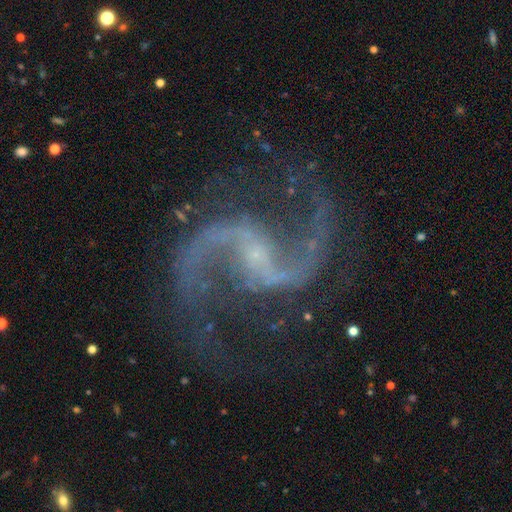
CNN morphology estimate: A featured or disk galaxy (94%) with a weak bar (46%), 2 (94%) loose (54%) spiral arms (99%) and a small central bulge (77%). Merging: none (79%).